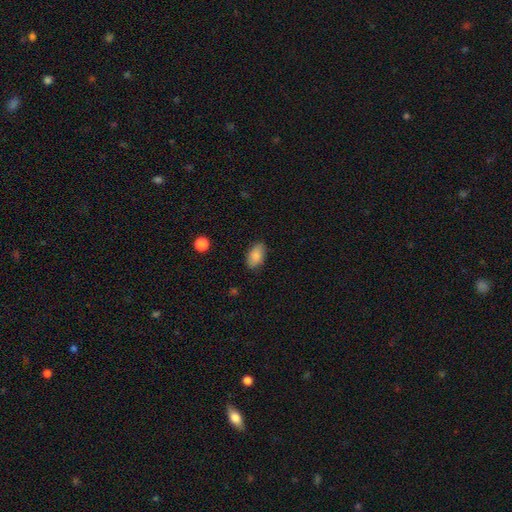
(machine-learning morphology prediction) This appears to be a smooth galaxy with no disk features (85%) that is in between round and cigar-shaped (93%). Merging: none (85%).